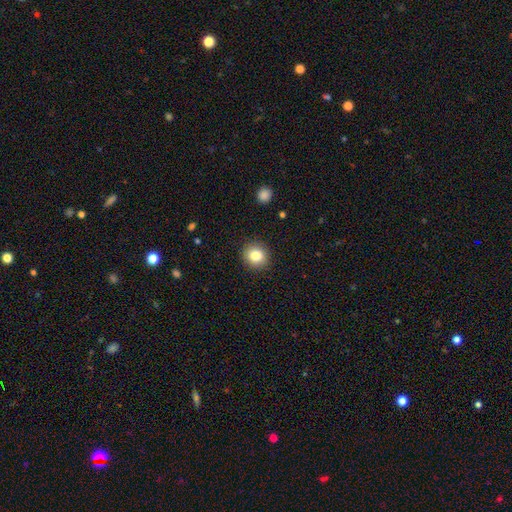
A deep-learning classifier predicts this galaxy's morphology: Q: Smooth or featured?
A: smooth (83%); runner-up: star or artifact (10%)
Q: How rounded?
A: round (86%); runner-up: in between (13%)
Q: Merging?
A: none (90%); runner-up: minor disturbance (7%)